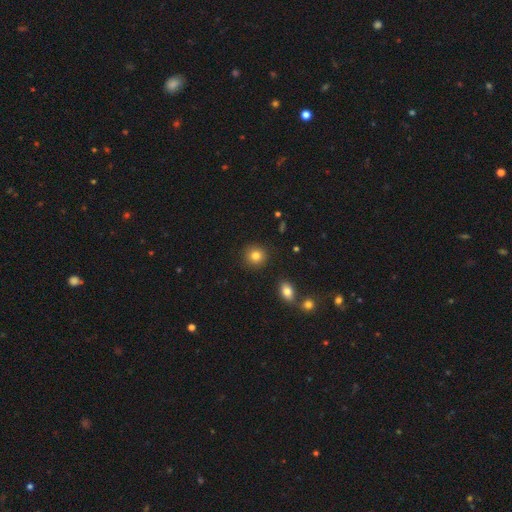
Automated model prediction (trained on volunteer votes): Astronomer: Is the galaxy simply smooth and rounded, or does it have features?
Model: smooth — 83%.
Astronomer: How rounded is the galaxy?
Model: round — 90%.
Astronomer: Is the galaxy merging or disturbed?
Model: none — 90%.